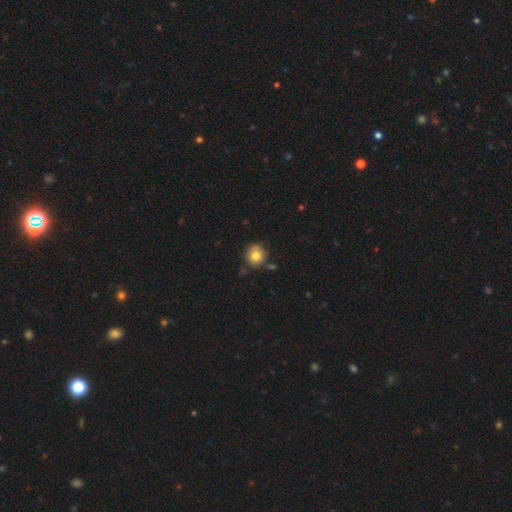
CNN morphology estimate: Smooth or featured? smooth (80%)
How rounded? round (86%)
Merging? none (76%)